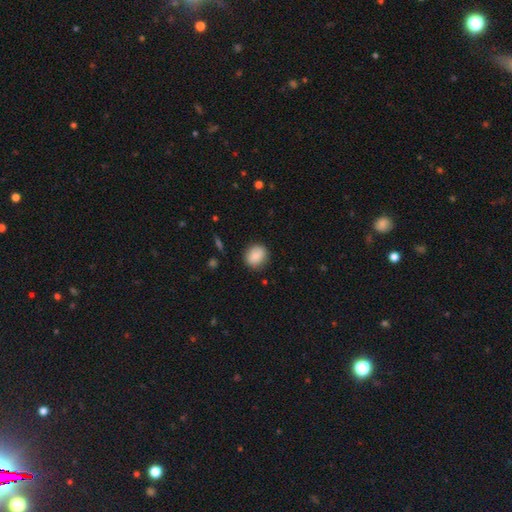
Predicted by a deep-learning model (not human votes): The model was most divided on "how rounded": round: 74%, in between: 25%, cigar-shaped: 1%. More confident: smooth or featured — smooth (84%); merging — none (83%).